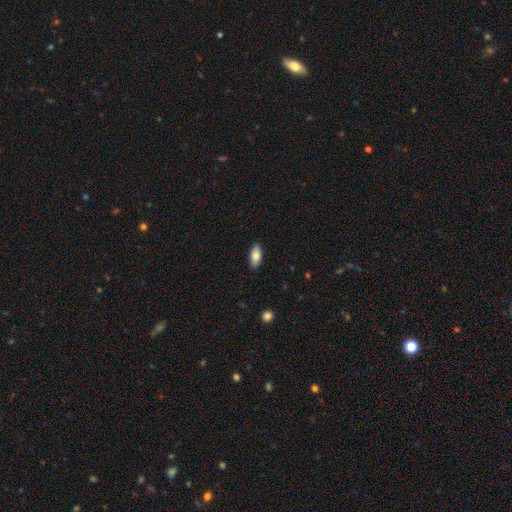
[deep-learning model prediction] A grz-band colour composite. It shows a smooth galaxy with no disk features (83%) that is in between round and cigar-shaped (89%). Merging: none (89%).